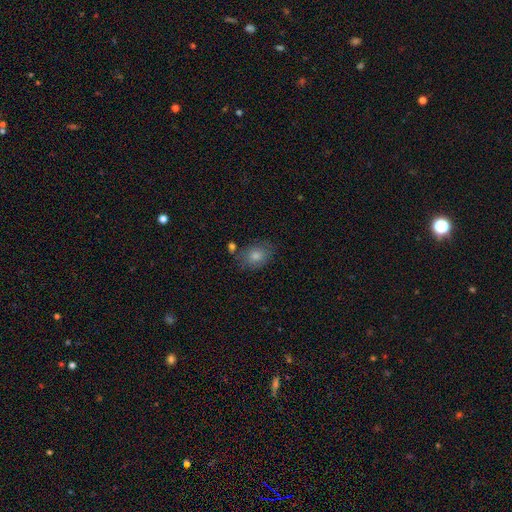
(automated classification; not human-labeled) smooth-or-featured: smooth: 71% | star or artifact: 16% | featured or disk: 13%
  how-rounded: in between: 58% | round: 40% | cigar-shaped: 1%
  merging: none: 77% | minor disturbance: 14% | merger: 5% | major disturbance: 4%